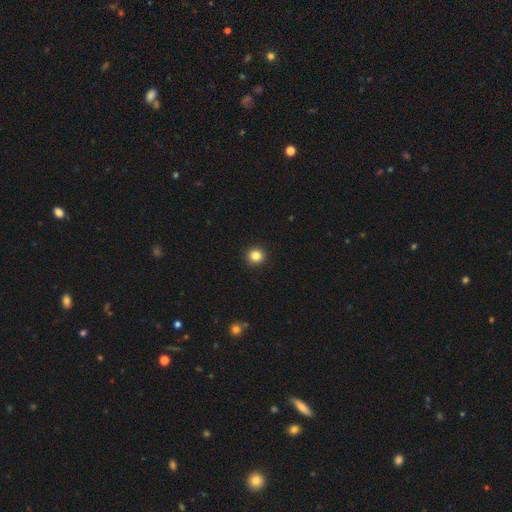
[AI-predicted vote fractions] Q: Smooth or featured?
A: smooth (84%); runner-up: star or artifact (11%)
Q: How rounded?
A: round (94%); runner-up: in between (5%)
Q: Merging?
A: none (93%); runner-up: minor disturbance (4%)